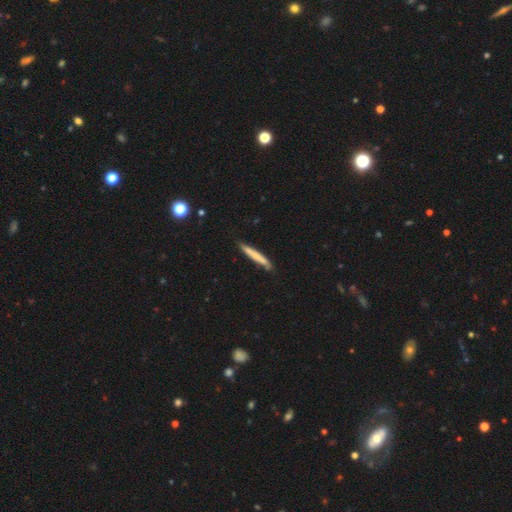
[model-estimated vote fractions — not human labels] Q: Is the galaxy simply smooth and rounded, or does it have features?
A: smooth — 65%.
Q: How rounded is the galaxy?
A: cigar-shaped — 95%.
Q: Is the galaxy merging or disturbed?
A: none — 78%.